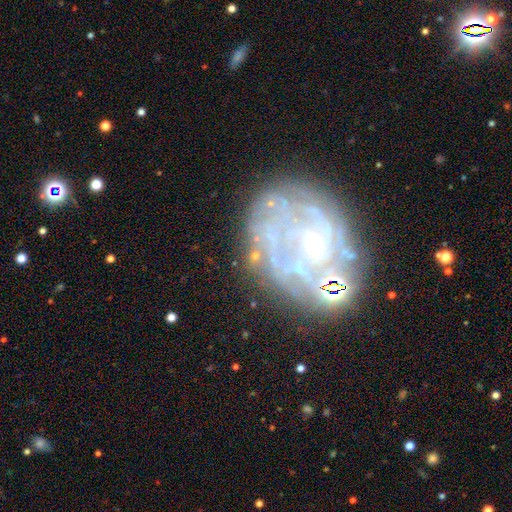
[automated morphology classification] Q: Smooth or featured?
A: featured or disk (80%); runner-up: smooth (10%)
Q: Edge-on disk?
A: no (98%); runner-up: yes (2%)
Q: Bar?
A: no (71%); runner-up: weak (23%)
Q: Spiral arms?
A: yes (85%); runner-up: no (15%)
Q: Spiral winding?
A: tight (60%); runner-up: medium (29%)
Q: Spiral arm count?
A: can't tell (39%); runner-up: 3 (16%)
Q: Bulge size?
A: small (67%); runner-up: none (22%)
Q: Merging?
A: none (63%); runner-up: minor disturbance (19%)